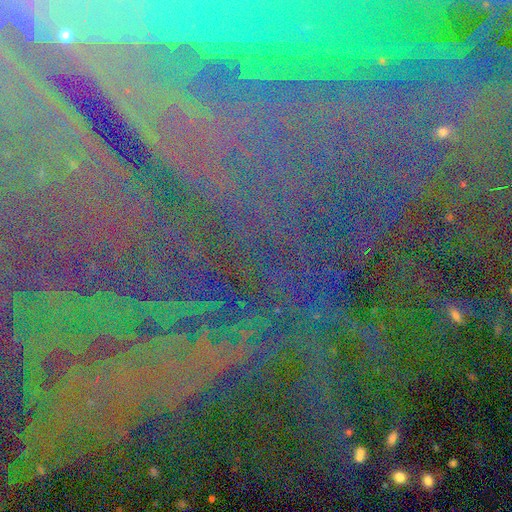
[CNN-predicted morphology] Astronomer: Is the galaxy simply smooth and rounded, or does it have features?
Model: star or artifact — 86%.